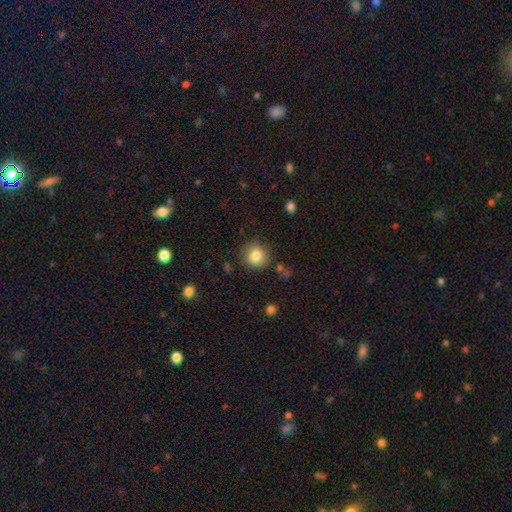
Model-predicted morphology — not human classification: A smooth galaxy with no disk features (83%) that is round (83%).

Vote fractions:
- Smooth or featured? smooth: 83% / star or artifact: 9% / featured or disk: 7%
- How rounded? round: 83% / in between: 16% / cigar-shaped: 1%
- Merging? none: 80% / minor disturbance: 13% / major disturbance: 4% / merger: 3%